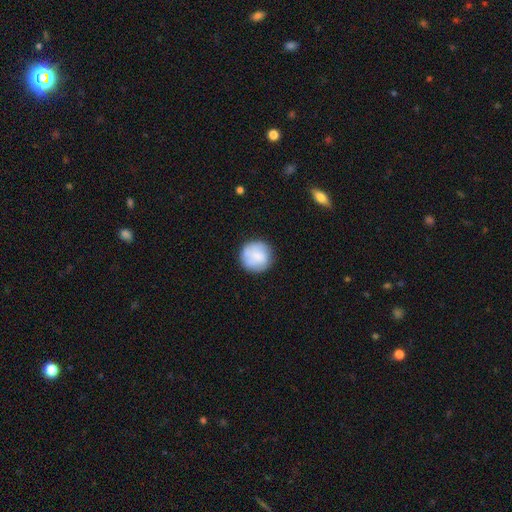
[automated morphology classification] This is likely a smooth galaxy (71%). How rounded: clearly round (94%). Merging: likely none (79%).